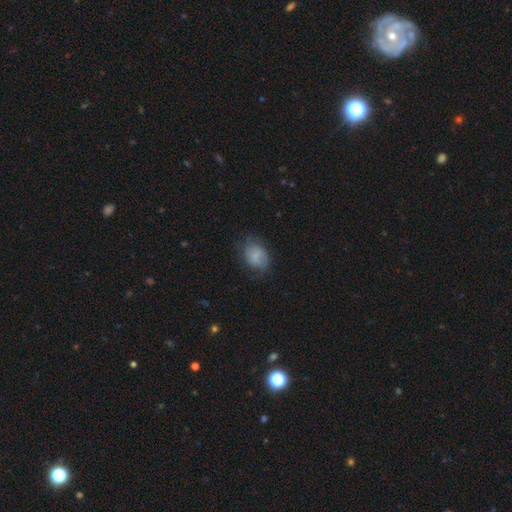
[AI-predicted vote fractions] The model was most divided on "how rounded": in between: 65%, round: 34%, cigar-shaped: 1%. More confident: smooth or featured — smooth (77%); merging — none (64%).